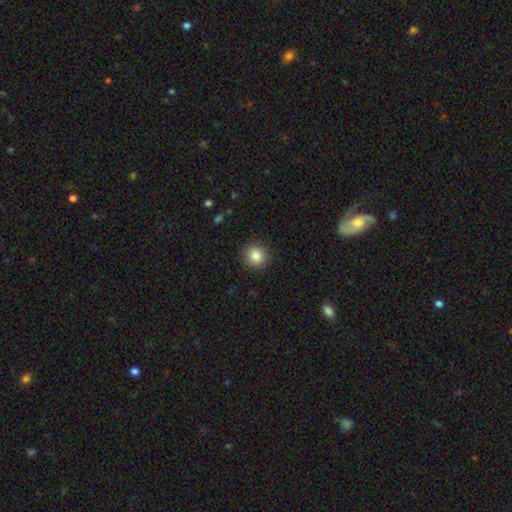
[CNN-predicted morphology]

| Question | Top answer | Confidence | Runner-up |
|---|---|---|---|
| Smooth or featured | smooth | 85% | star or artifact (10%) |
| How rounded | round | 91% | in between (8%) |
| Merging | none | 91% | minor disturbance (6%) |